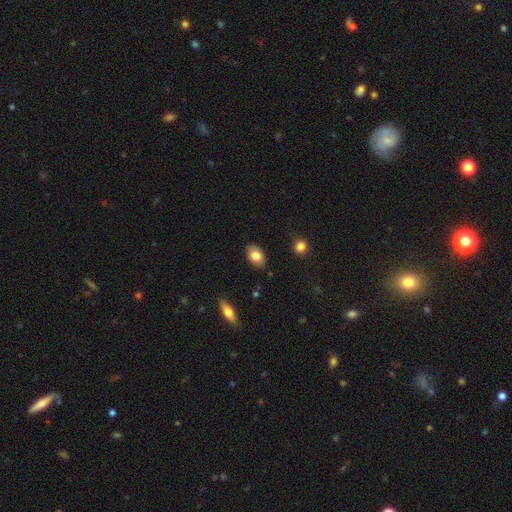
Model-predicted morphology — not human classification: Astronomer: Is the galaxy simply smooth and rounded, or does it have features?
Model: smooth — 81%.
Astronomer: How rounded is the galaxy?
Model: in between — 88%.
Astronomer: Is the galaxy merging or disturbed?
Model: none — 86%.